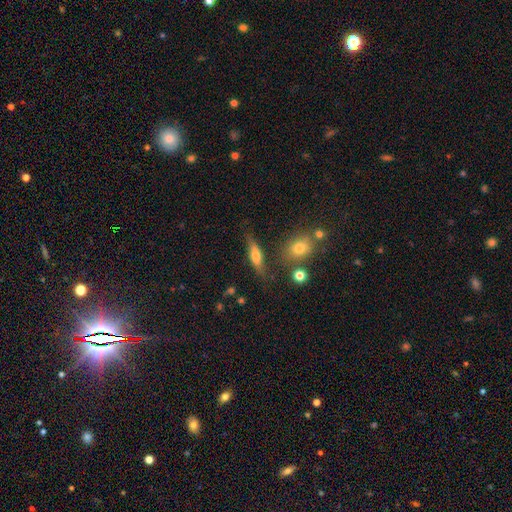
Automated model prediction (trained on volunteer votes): Overall: smooth (54%; featured or disk 37%). How rounded: cigar-shaped (55%; in between 40%). Merging: none (74%).